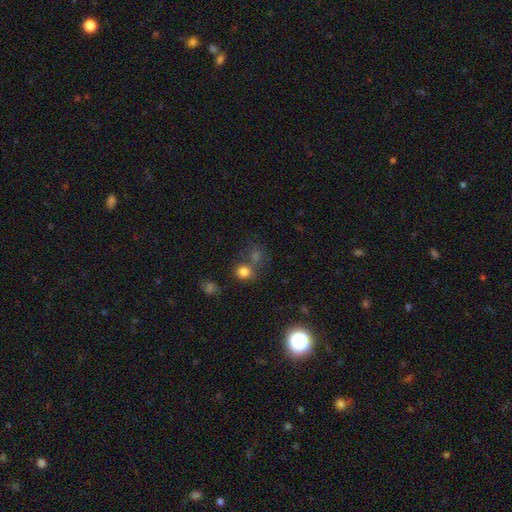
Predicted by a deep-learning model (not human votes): Morphology: type=smooth (53%); roundness=round (83%); merging=none (54%).